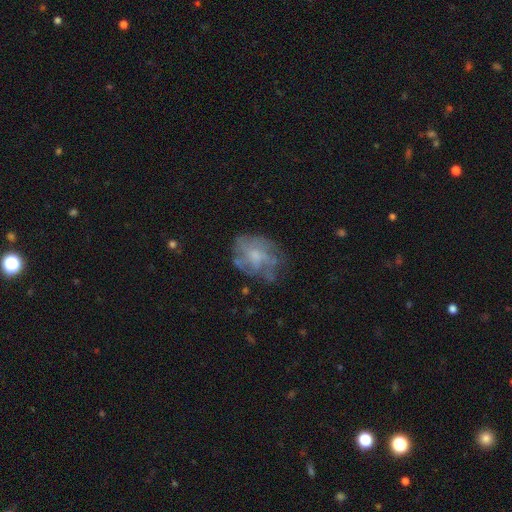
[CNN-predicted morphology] type=featured or disk (59%); edge-on=no (97%); bar=no (75%); spiral arms=yes (53%); bulge=moderate (40%); merging=none (59%).